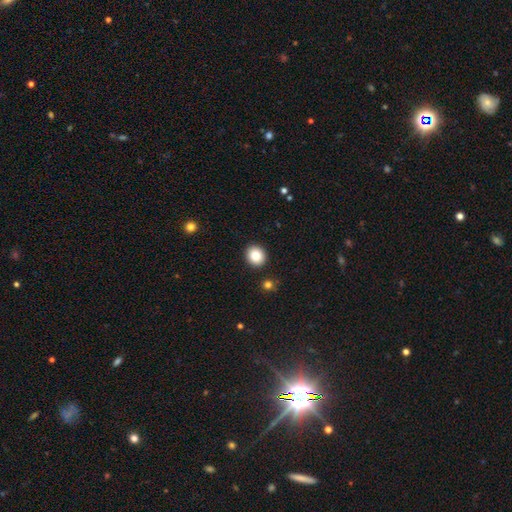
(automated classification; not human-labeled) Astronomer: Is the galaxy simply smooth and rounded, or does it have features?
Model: smooth — 84%.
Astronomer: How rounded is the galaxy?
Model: round — 77%.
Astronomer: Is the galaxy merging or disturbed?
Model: none — 92%.